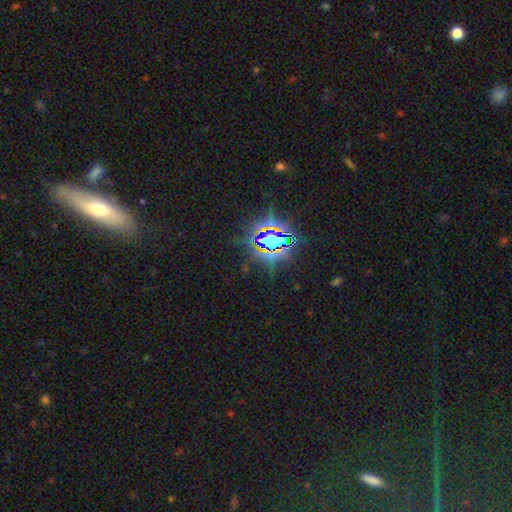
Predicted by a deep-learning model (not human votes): A star or artifact, not a galaxy (75%).